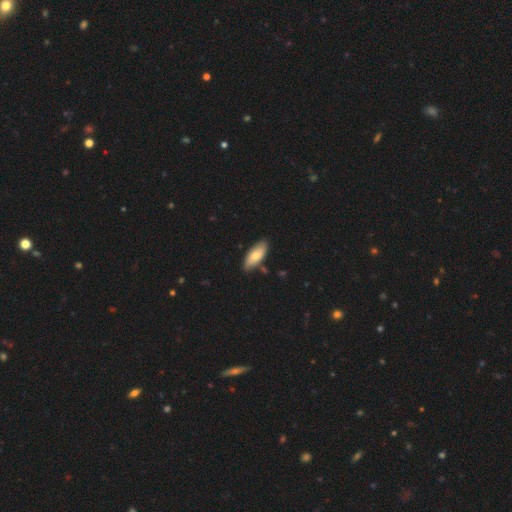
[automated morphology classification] This appears to be a smooth galaxy with no disk features (72%) that is in between round and cigar-shaped (83%). Merging: none (83%).